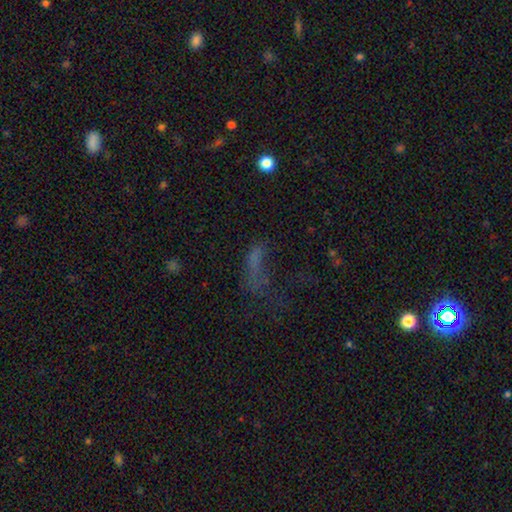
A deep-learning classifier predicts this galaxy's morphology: Smooth or featured? Predicted: star or artifact (p=0.40).